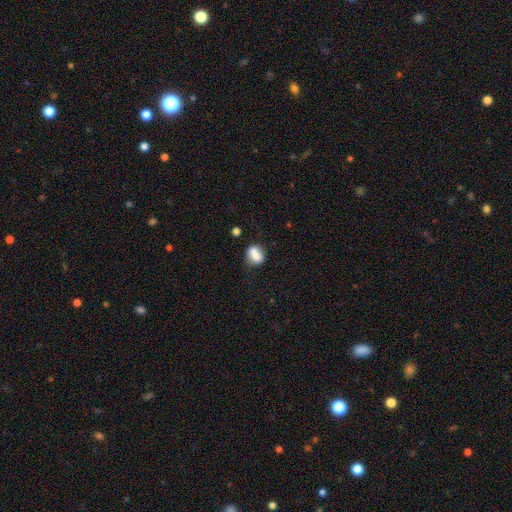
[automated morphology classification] A smooth galaxy with no disk features (74%) that is in between round and cigar-shaped (56%).

Vote fractions:
- Smooth or featured? smooth: 74% / featured or disk: 17% / star or artifact: 9%
- How rounded? in between: 56% / round: 41% / cigar-shaped: 3%
- Merging? none: 54% / minor disturbance: 22% / merger: 17% / major disturbance: 7%